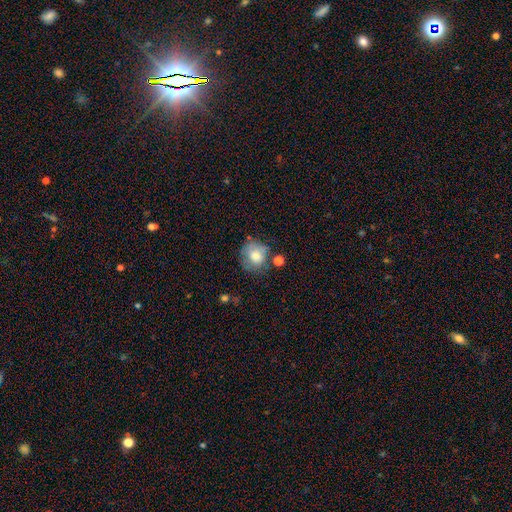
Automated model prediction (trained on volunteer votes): The model was most divided on "merging": none: 56%, minor disturbance: 25%, major disturbance: 11%, merger: 8%. More confident: how rounded — round (79%); smooth or featured — smooth (70%).